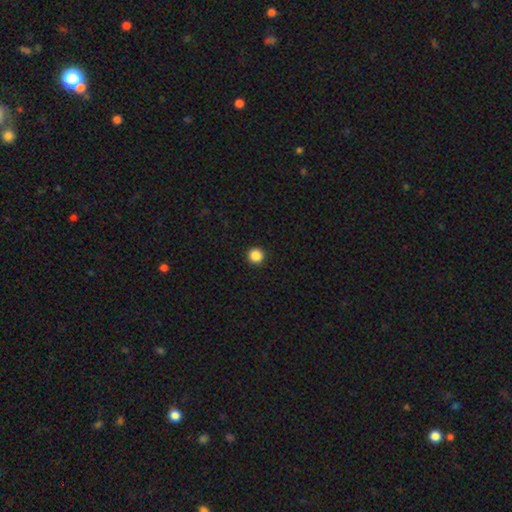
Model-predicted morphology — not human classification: smooth-or-featured: smooth: 87% | star or artifact: 10% | featured or disk: 3%
  how-rounded: round: 96% | in between: 3% | cigar-shaped: 1%
  merging: none: 94% | minor disturbance: 4% | major disturbance: 1% | merger: 1%